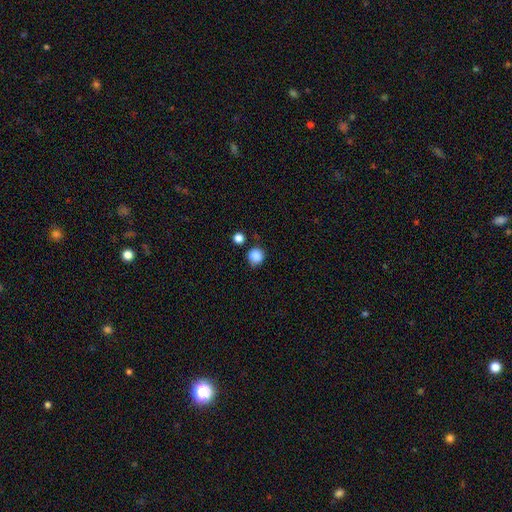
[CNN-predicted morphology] smooth-or-featured: smooth: 86% | star or artifact: 10% | featured or disk: 3%
  how-rounded: round: 90% | in between: 9% | cigar-shaped: 1%
  merging: none: 78% | minor disturbance: 13% | merger: 6% | major disturbance: 3%